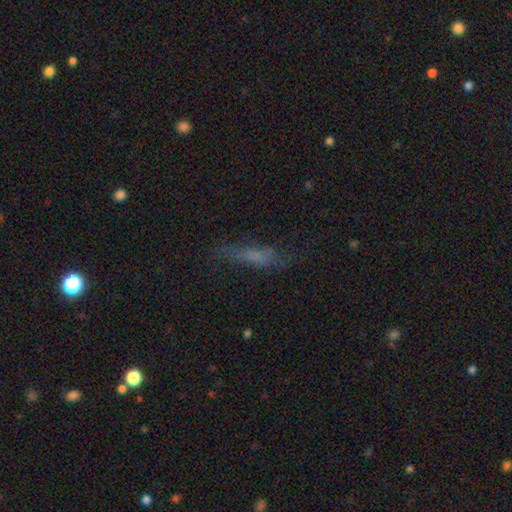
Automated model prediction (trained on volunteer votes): Overall: smooth (53%; featured or disk 31%). How rounded: cigar-shaped (74%). Merging: none (59%; minor disturbance 24%).